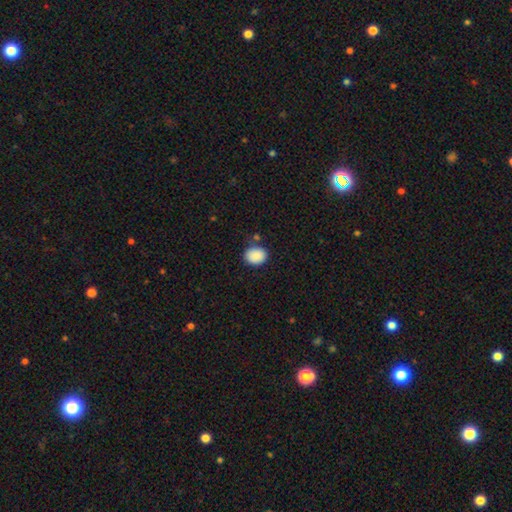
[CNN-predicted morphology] smooth 89%, star or artifact 7%, featured or disk 4%. Down the decision tree: how rounded — in between (51%); merging — none (79%).